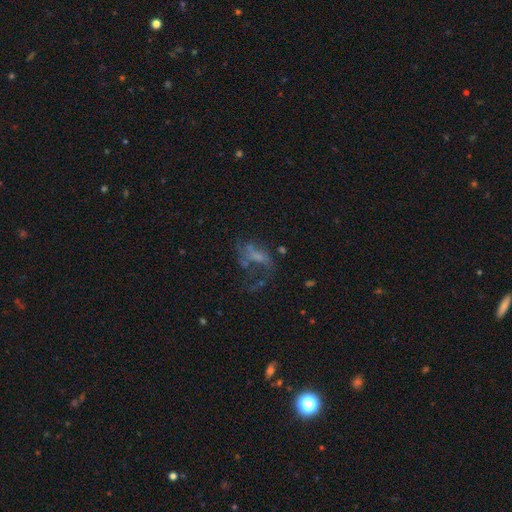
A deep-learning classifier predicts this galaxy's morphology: This is possibly a featured or disk galaxy (51%). It is clearly not viewed edge-on (95%). Merging: possibly major disturbance (47%).